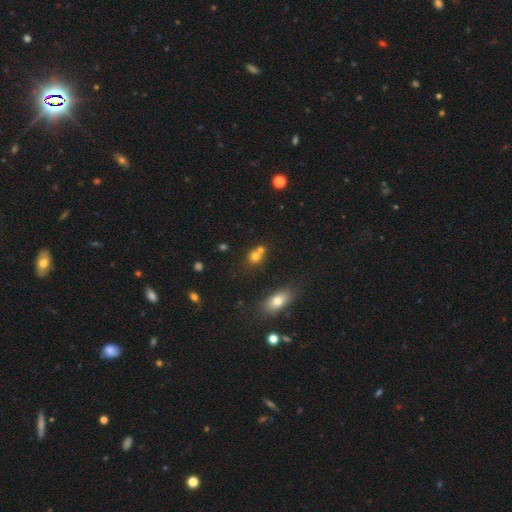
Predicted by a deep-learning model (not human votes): This is likely a smooth galaxy (73%). How rounded: likely round (75%). Merging: marginally none (44%, tied with merger).